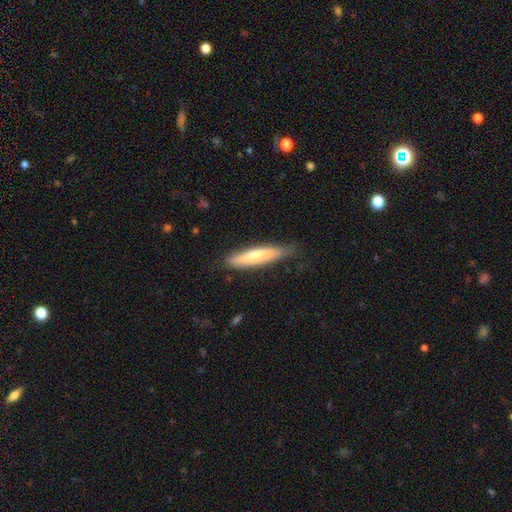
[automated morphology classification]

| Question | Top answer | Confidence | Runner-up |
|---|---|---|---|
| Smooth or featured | smooth | 67% | featured or disk (28%) |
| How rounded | cigar-shaped | 85% | in between (14%) |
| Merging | none | 76% | minor disturbance (19%) |